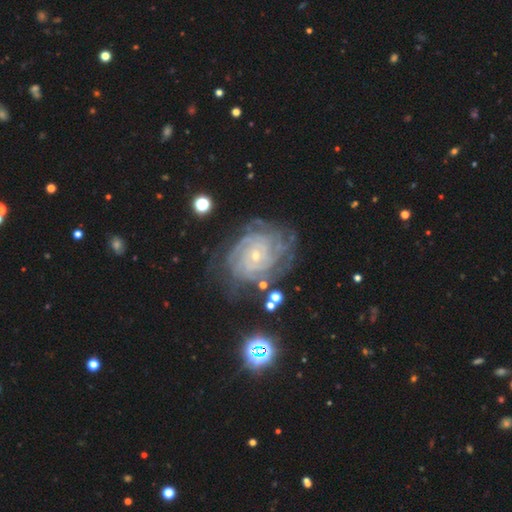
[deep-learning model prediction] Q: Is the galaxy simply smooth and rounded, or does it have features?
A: featured or disk — 88%.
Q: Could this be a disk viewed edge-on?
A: no — 97%.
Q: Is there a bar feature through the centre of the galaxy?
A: no — 72%.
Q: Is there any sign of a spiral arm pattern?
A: yes — 97%.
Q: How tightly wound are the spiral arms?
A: tight — 79%.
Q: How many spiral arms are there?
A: can't tell — 31%.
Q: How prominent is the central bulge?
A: small — 79%.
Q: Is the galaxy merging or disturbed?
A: none — 69%.